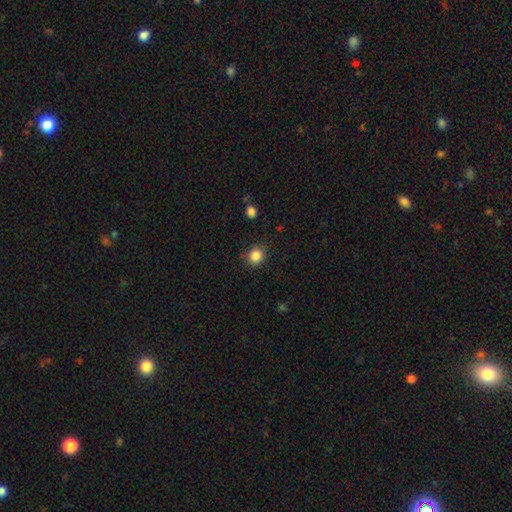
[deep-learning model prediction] Q: Smooth or featured?
A: smooth (85%); runner-up: star or artifact (11%)
Q: How rounded?
A: round (83%); runner-up: in between (16%)
Q: Merging?
A: none (85%); runner-up: minor disturbance (10%)